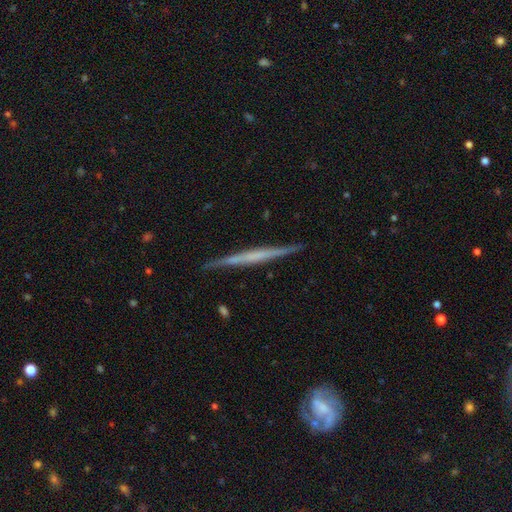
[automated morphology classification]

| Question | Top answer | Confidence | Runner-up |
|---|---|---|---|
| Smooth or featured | featured or disk | 65% | smooth (30%) |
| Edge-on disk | yes | 97% | no (3%) |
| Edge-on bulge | none | 71% | boxy (15%) |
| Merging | none | 89% | minor disturbance (8%) |